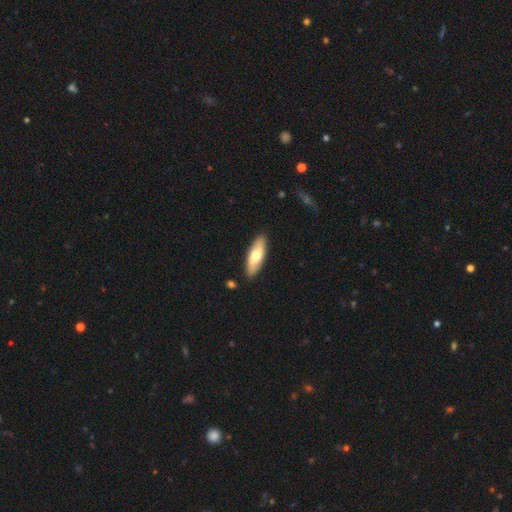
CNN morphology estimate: smooth-or-featured: smooth: 63% | featured or disk: 32% | star or artifact: 5%
  how-rounded: in between: 64% | cigar-shaped: 34% | round: 2%
  merging: none: 88% | minor disturbance: 8% | merger: 2% | major disturbance: 2%